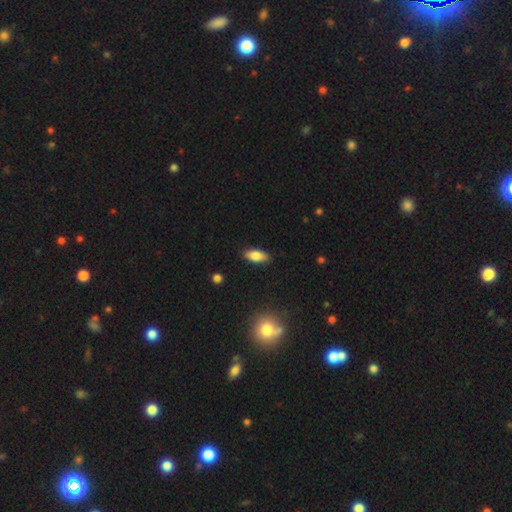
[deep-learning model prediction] Smooth or featured: smooth — 83% (featured or disk — 9%)
How rounded: in between — 85% (cigar-shaped — 12%)
Merging: none — 86% (minor disturbance — 11%)